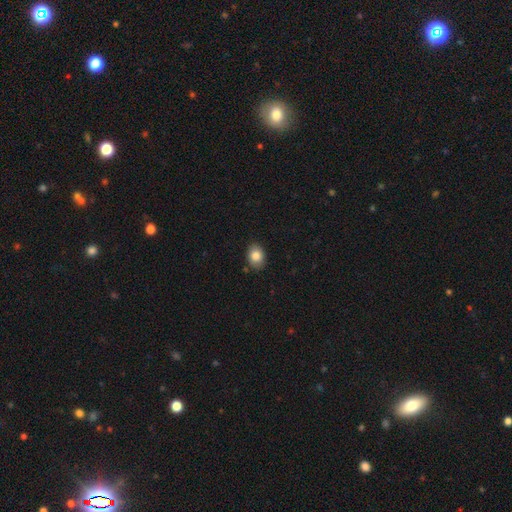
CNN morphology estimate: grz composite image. It shows a smooth galaxy with no disk features (85%) that is in between round and cigar-shaped (67%). Merging: none (85%).